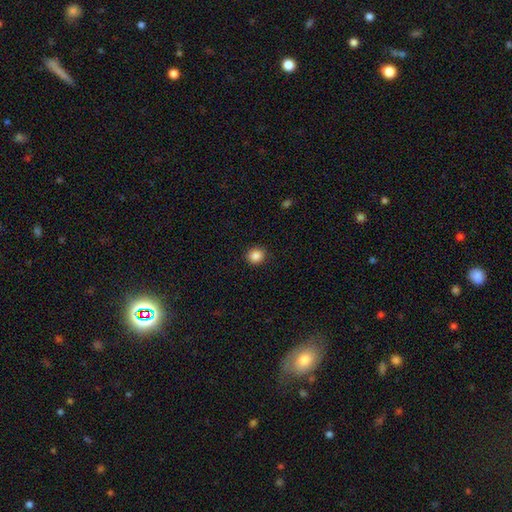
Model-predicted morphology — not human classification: smooth 87%, star or artifact 10%, featured or disk 3%. Down the decision tree: how rounded — round (83%); merging — none (90%).